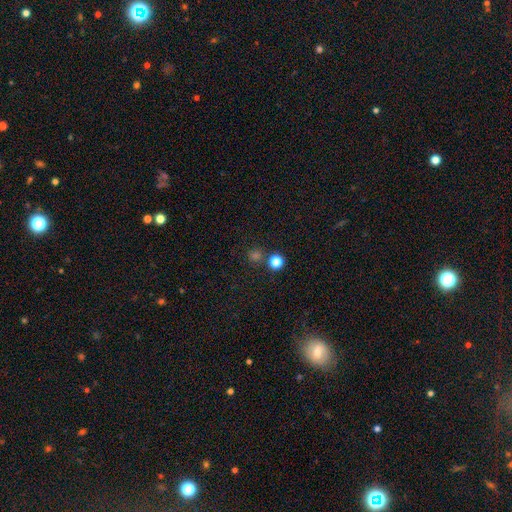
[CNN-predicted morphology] Smooth or featured? Predicted: smooth (p=0.60). How rounded? Predicted: round (p=0.91). Merging? Predicted: none (p=0.78).